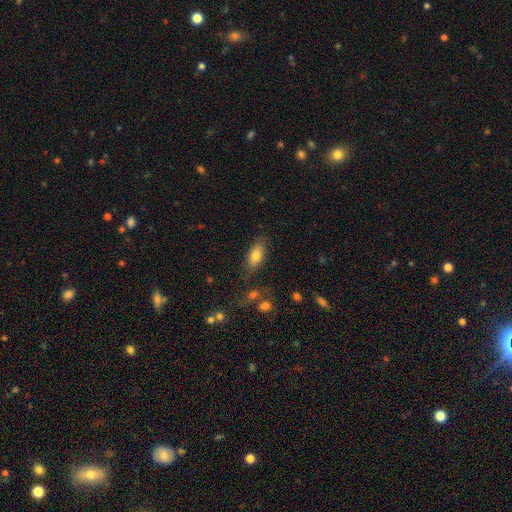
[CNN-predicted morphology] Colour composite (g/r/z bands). It shows a smooth galaxy with no disk features (77%) that is in between round and cigar-shaped (83%). Merging: none (77%).